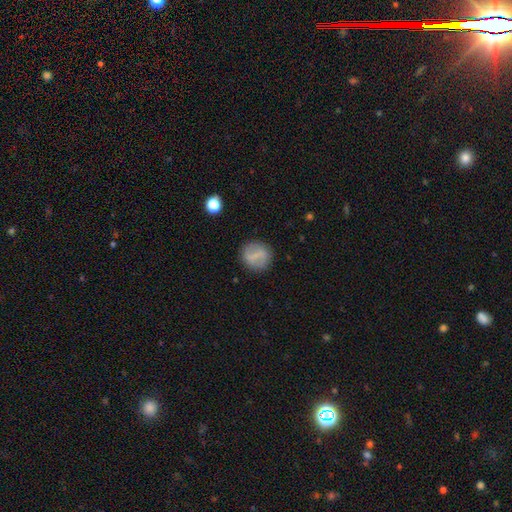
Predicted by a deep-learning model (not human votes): smooth_or_featured: smooth (p=0.57) [alt: featured or disk p=0.34]
how_rounded: round (p=0.81) [alt: in between p=0.17]
merging: none (p=0.83) [alt: minor disturbance p=0.11]